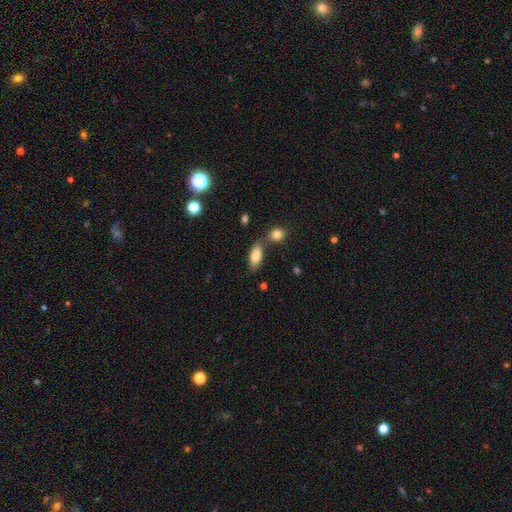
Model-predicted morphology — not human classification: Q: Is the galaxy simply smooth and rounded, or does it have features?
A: smooth — 82%.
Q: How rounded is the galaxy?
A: in between — 85%.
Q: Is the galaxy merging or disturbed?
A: none — 61%.